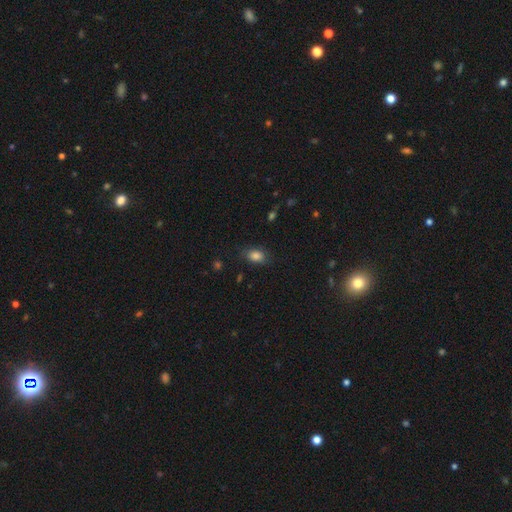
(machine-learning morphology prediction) The model was most divided on "merging": none: 79%, minor disturbance: 16%, major disturbance: 4%, merger: 1%. More confident: smooth or featured — smooth (84%); how rounded — in between (81%).